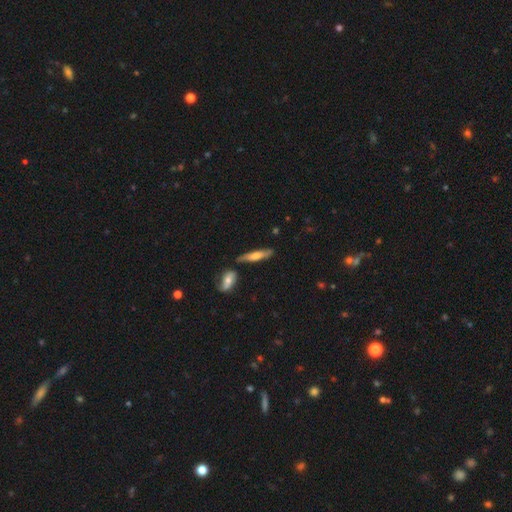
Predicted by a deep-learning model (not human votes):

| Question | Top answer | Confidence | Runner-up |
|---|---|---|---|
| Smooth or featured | smooth | 51% | featured or disk (42%) |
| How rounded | cigar-shaped | 80% | in between (18%) |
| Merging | none | 73% | minor disturbance (15%) |